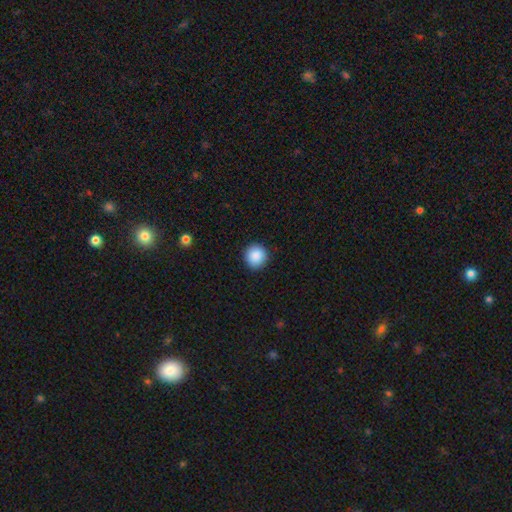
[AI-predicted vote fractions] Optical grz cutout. It shows a smooth galaxy with no disk features (89%) that is round (94%). Merging: none (91%).